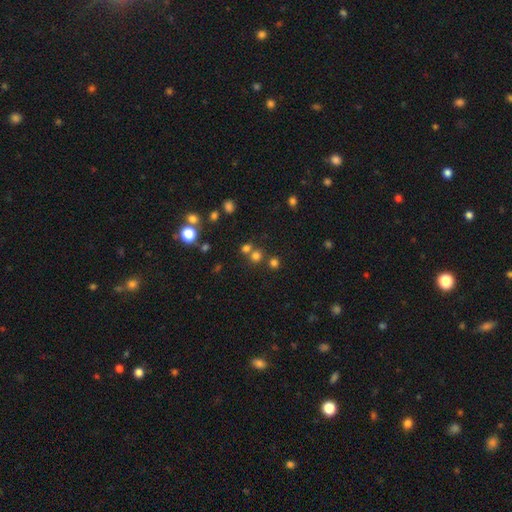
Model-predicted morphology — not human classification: Smooth or featured? smooth (65%)
How rounded? round (91%)
Merging? none (65%)